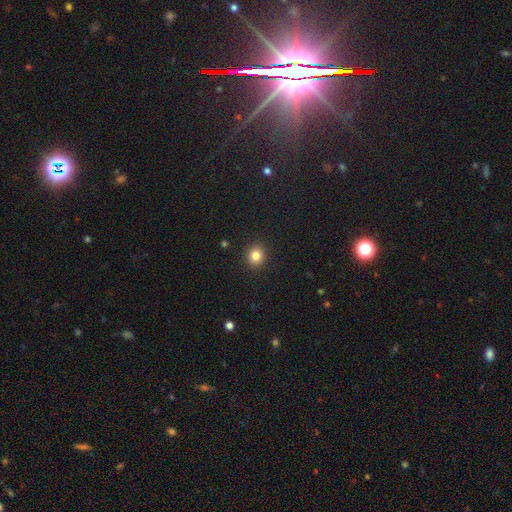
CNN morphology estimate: Smooth or featured: smooth — 84% (star or artifact — 11%)
How rounded: round — 79% (in between — 20%)
Merging: none — 91% (minor disturbance — 6%)